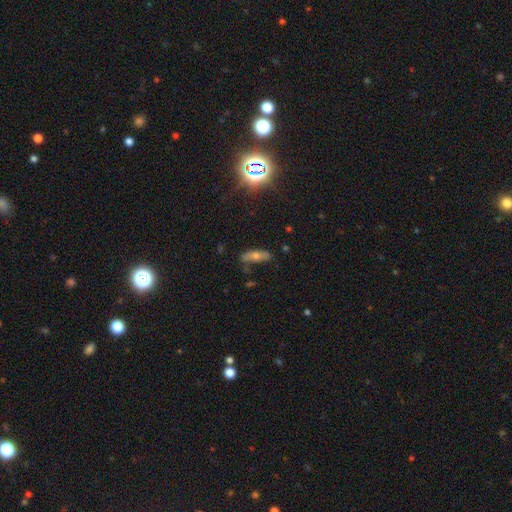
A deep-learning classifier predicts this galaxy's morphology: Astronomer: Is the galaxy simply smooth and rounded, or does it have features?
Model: smooth — 45% (runner-up: featured or disk, 32%).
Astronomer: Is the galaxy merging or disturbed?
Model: none — 64%.